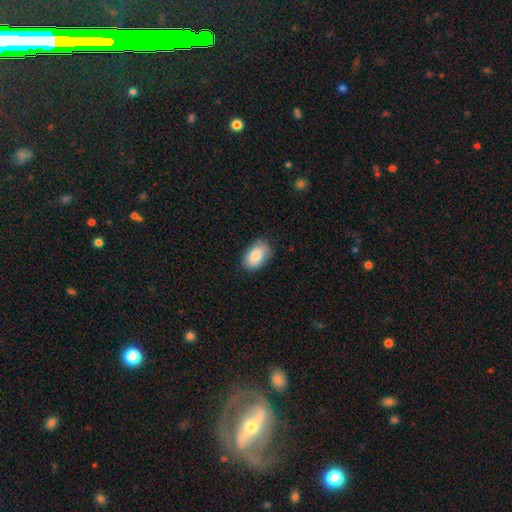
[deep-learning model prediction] Smooth or featured? smooth (85%)
How rounded? in between (91%)
Merging? none (79%)